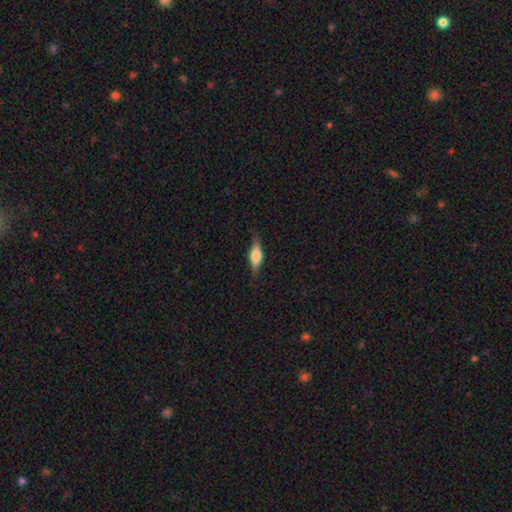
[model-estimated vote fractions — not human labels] Overall: featured or disk (48%; smooth 44%). Merging: none (80%).